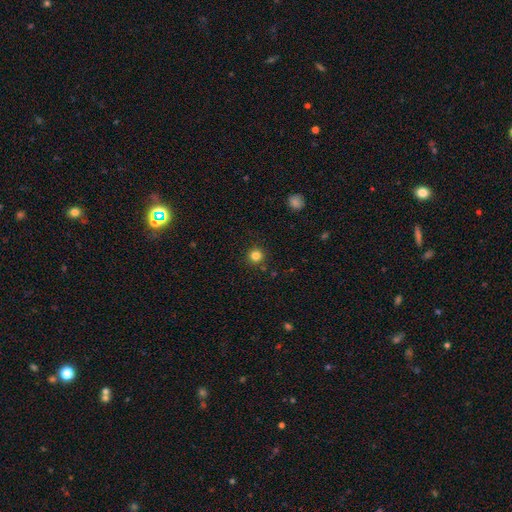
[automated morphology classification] Smooth or featured? Predicted: smooth (p=0.82). How rounded? Predicted: round (p=0.94). Merging? Predicted: none (p=0.89).